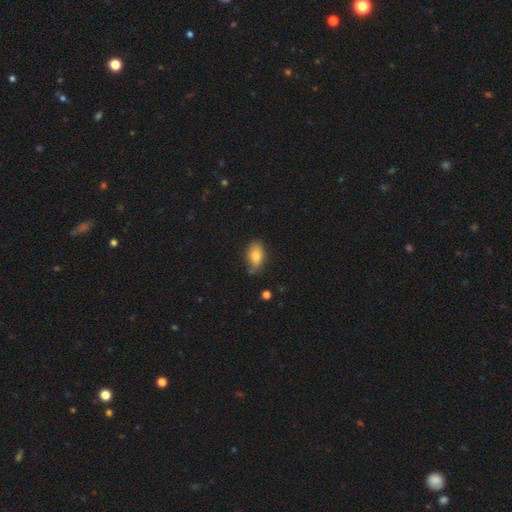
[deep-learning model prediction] Overall: smooth (83%). How rounded: in between (90%). Merging: none (73%).